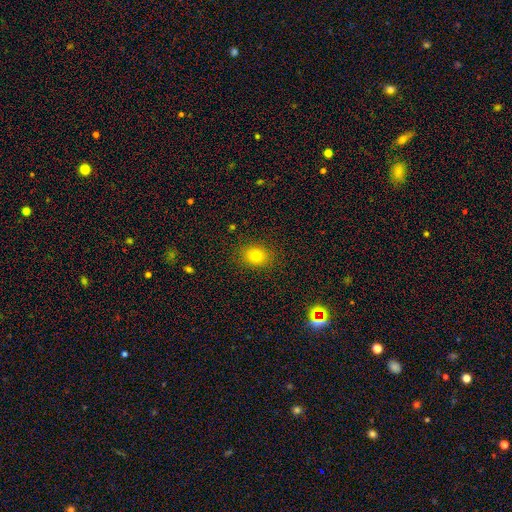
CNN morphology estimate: This appears to be a smooth galaxy with no disk features (80%) that is in between round and cigar-shaped (51%). Merging: none (87%).